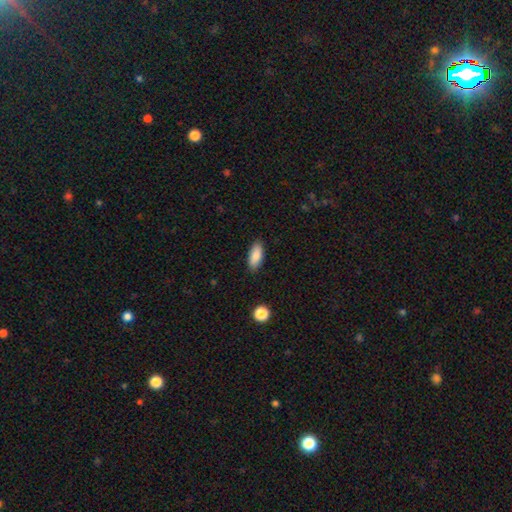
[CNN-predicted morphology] smooth 85%, featured or disk 8%, star or artifact 7%. Down the decision tree: how rounded — in between (81%); merging — none (87%).